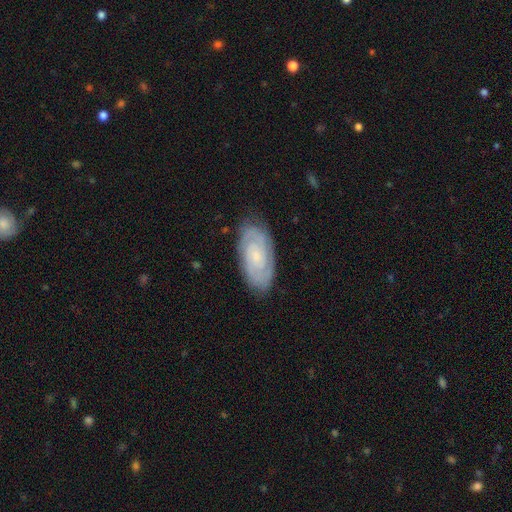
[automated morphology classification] type=featured or disk (76%); edge-on=no (95%); bar=no (67%); spiral arms=yes (94%); winding=tight (70%); arm count=2 (57%); bulge=small (68%); merging=none (82%).